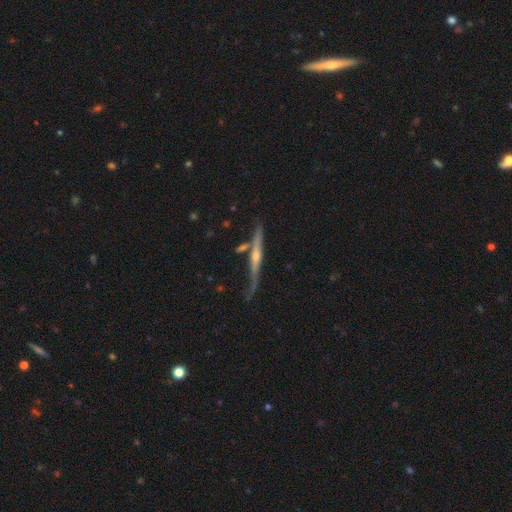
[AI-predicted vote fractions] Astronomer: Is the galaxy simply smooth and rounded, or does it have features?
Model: featured or disk — 74%.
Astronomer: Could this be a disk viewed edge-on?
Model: yes — 96%.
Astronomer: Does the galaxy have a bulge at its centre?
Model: rounded — 76%.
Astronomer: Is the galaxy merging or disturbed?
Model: none — 65%.